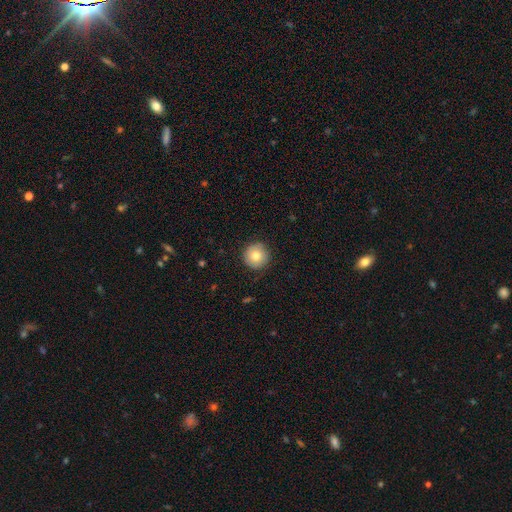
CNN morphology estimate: Smooth or featured?
  - smooth: 79% *
  - featured or disk: 13%
  - star or artifact: 8%
How rounded?
  - round: 96% *
  - in between: 3%
  - cigar-shaped: 1%
Merging?
  - none: 87% *
  - minor disturbance: 10%
  - major disturbance: 2%
  - merger: 1%